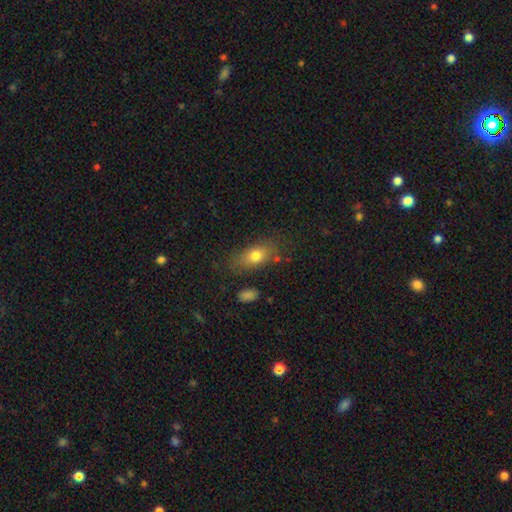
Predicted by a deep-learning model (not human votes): Overall: smooth (76%). How rounded: in between (82%). Merging: none (73%).